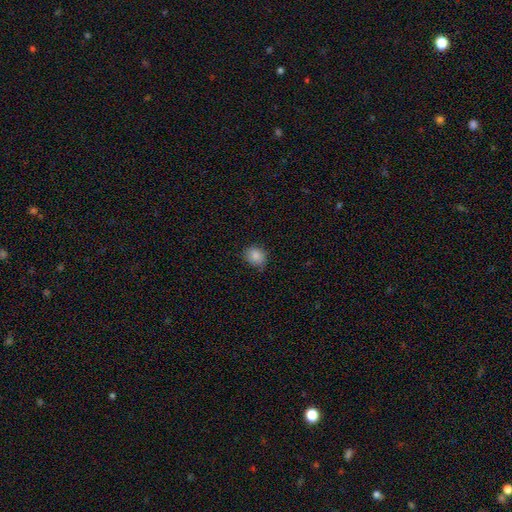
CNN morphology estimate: Smooth or featured? smooth (85%)
How rounded? round (63%)
Merging? none (73%)